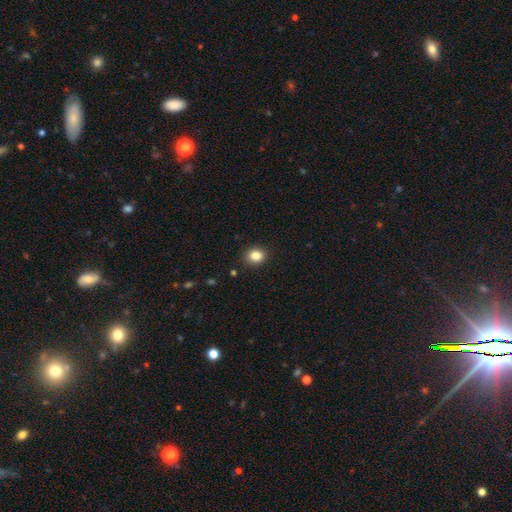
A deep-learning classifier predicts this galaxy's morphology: Q: Smooth or featured?
A: smooth (85%); runner-up: star or artifact (10%)
Q: How rounded?
A: round (57%); runner-up: in between (42%)
Q: Merging?
A: none (88%); runner-up: minor disturbance (8%)